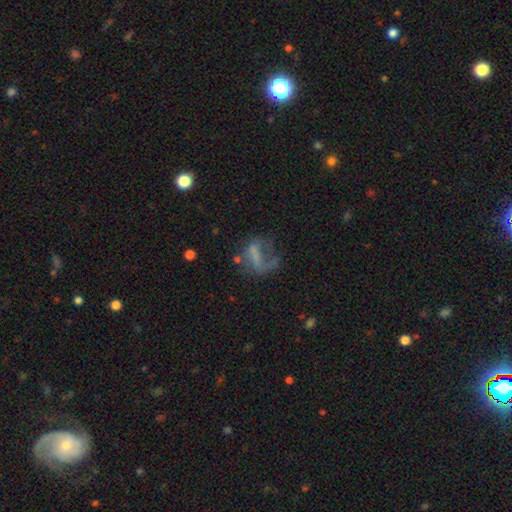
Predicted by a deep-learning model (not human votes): Smooth or featured? featured or disk (43%)
Merging? major disturbance (46%)